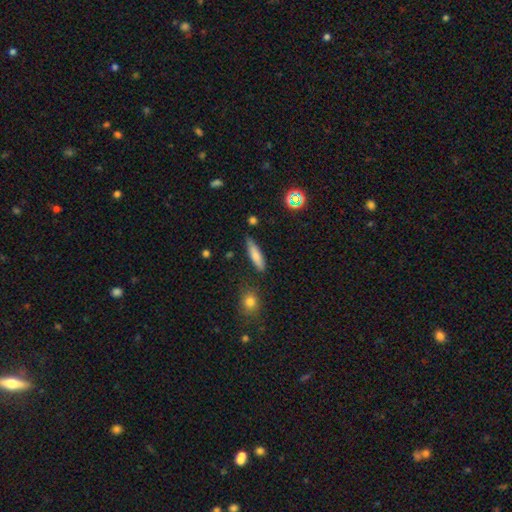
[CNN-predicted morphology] Smooth or featured? Predicted: smooth (p=0.75). How rounded? Predicted: cigar-shaped (p=0.71). Merging? Predicted: none (p=0.78).